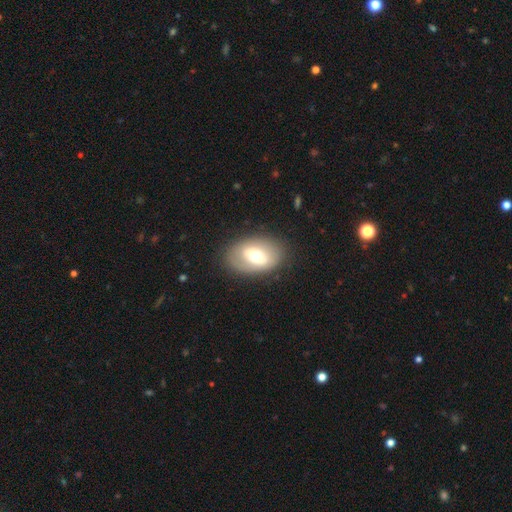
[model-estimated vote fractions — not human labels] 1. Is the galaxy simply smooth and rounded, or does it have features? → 53% smooth, 40% featured or disk, 7% star or artifact.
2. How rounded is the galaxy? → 83% in between, 16% round, 1% cigar-shaped.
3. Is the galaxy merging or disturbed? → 82% none, 12% minor disturbance, 5% major disturbance, 1% merger.